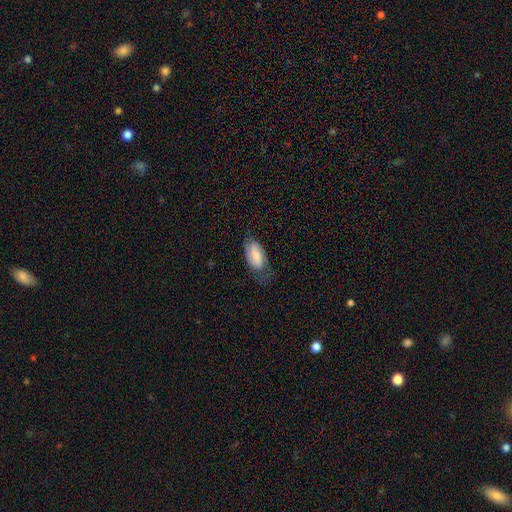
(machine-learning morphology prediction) Smooth or featured: smooth — 61% (featured or disk — 32%)
How rounded: in between — 92% (cigar-shaped — 5%)
Merging: none — 55% (minor disturbance — 30%)